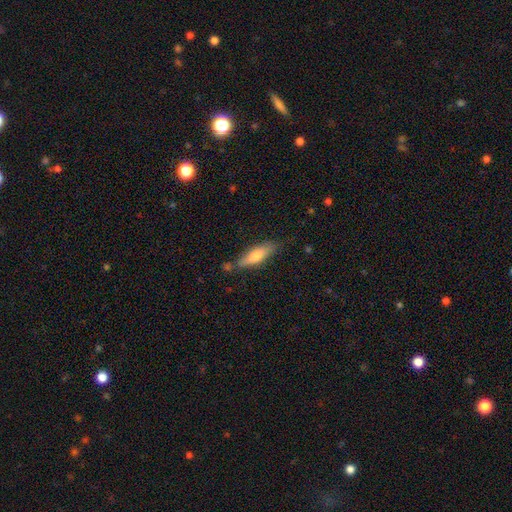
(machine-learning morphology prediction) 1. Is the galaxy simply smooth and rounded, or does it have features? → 65% smooth, 28% featured or disk, 6% star or artifact.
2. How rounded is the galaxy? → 55% cigar-shaped, 43% in between, 2% round.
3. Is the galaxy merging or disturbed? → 73% none, 18% minor disturbance, 6% merger, 4% major disturbance.